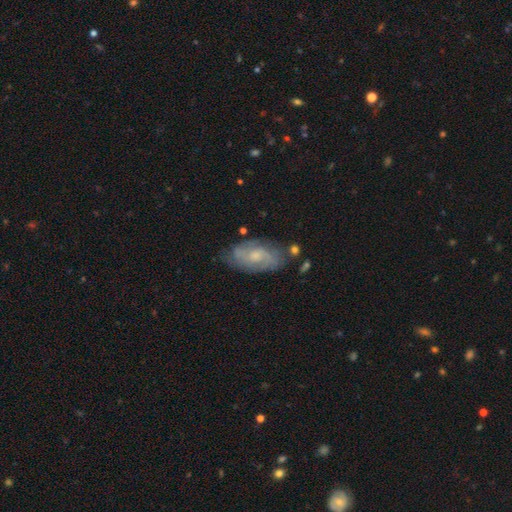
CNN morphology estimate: Overall: featured or disk (68%). Edge-on disk: no (94%). Bar: no (60%; weak 35%). Spiral arms: yes (87%). Spiral arm count: 2 (53%; can't tell 29%). Spiral winding: medium (43%; tight 40%). Bulge size: moderate (45%; small 40%). Merging: none (71%).